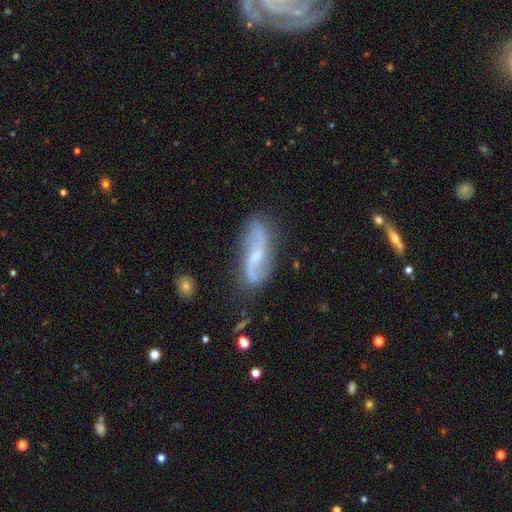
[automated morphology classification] type=featured or disk (82%); edge-on=no (93%); bar=weak (44%); spiral arms=yes (95%); winding=loose (69%); arm count=2 (91%); bulge=small (60%); merging=none (77%).